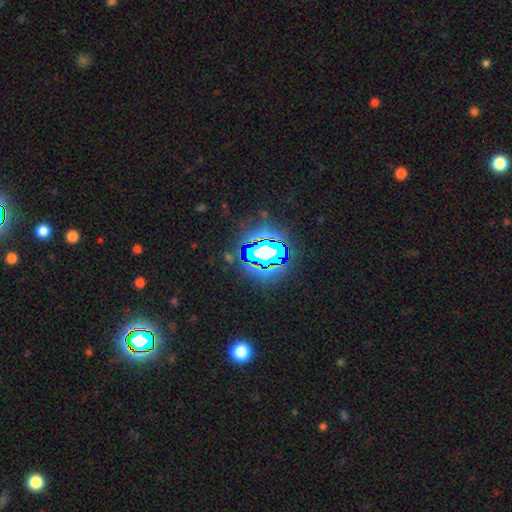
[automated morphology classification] A star or artifact, not a galaxy (72%).

Vote fractions:
- Smooth or featured? star or artifact: 72% / smooth: 15% / featured or disk: 13%